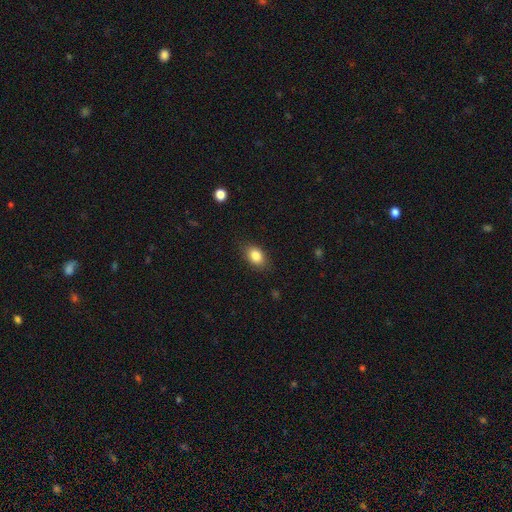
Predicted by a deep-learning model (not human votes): Q: Smooth or featured?
A: smooth (85%); runner-up: star or artifact (9%)
Q: How rounded?
A: in between (79%); runner-up: round (19%)
Q: Merging?
A: none (82%); runner-up: minor disturbance (13%)